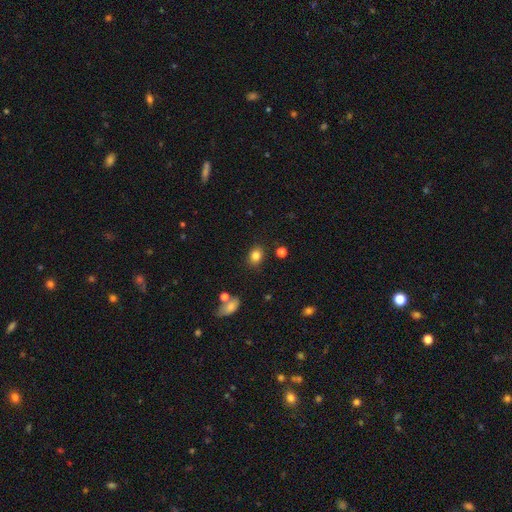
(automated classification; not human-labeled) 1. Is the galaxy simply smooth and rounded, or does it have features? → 83% smooth, 11% star or artifact, 6% featured or disk.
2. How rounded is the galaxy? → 50% in between, 49% round, 1% cigar-shaped.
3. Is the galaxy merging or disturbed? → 84% none, 10% minor disturbance, 3% merger, 3% major disturbance.